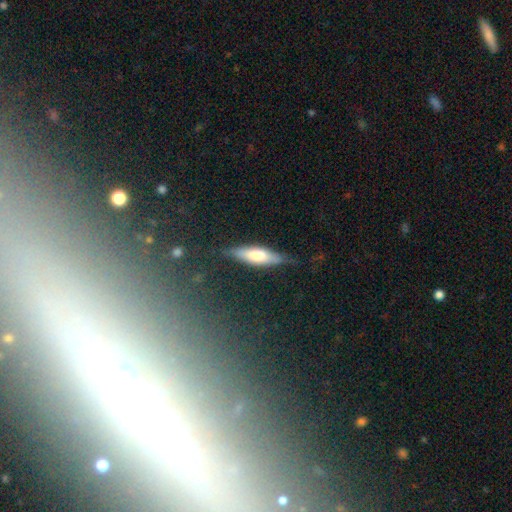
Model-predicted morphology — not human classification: smooth_or_featured: smooth (p=0.63) [alt: featured or disk p=0.31]
how_rounded: cigar-shaped (p=0.57) [alt: in between p=0.41]
merging: none (p=0.76) [alt: minor disturbance p=0.18]